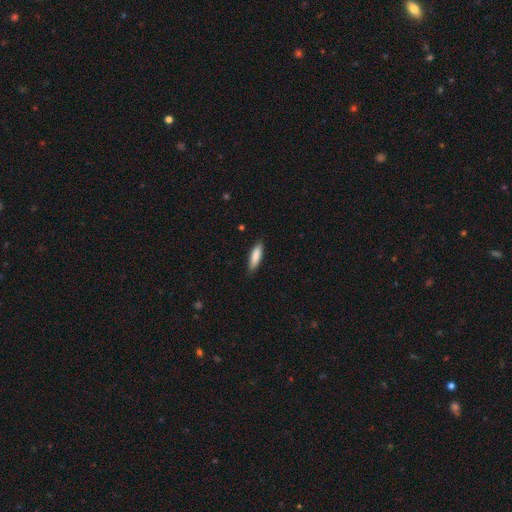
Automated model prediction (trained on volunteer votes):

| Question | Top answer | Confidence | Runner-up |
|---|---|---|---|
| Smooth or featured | smooth | 86% | featured or disk (9%) |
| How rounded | cigar-shaped | 61% | in between (37%) |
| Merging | none | 85% | minor disturbance (12%) |